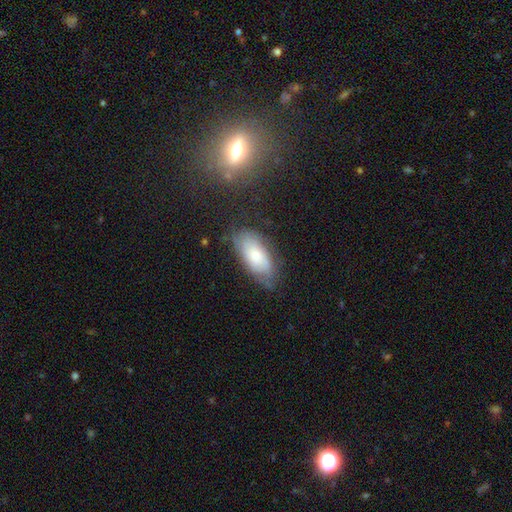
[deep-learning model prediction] smooth 54%, featured or disk 38%, star or artifact 8%. Down the decision tree: how rounded — in between (89%); merging — none (64%).